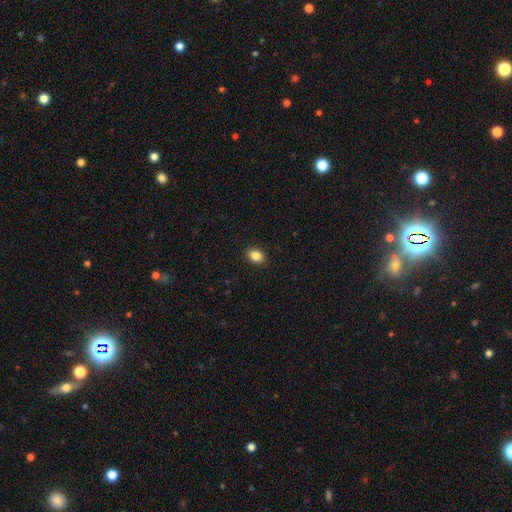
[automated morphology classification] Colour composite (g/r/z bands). It shows a smooth galaxy with no disk features (86%) that is in between round and cigar-shaped (71%). Merging: none (91%).